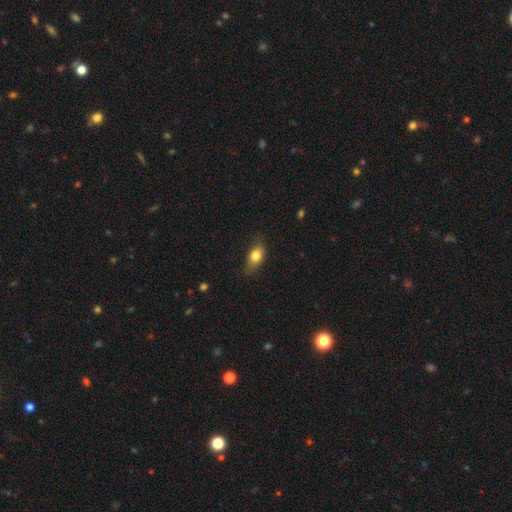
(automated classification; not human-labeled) Overall: smooth (75%). How rounded: in between (78%). Merging: none (72%).